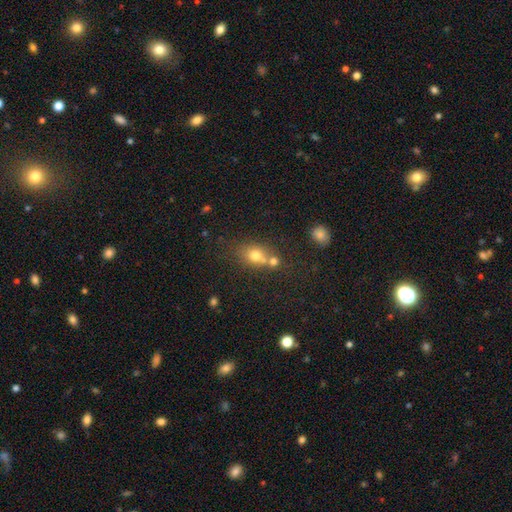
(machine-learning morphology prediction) type=smooth (70%); roundness=round (55%); merging=none (44%).